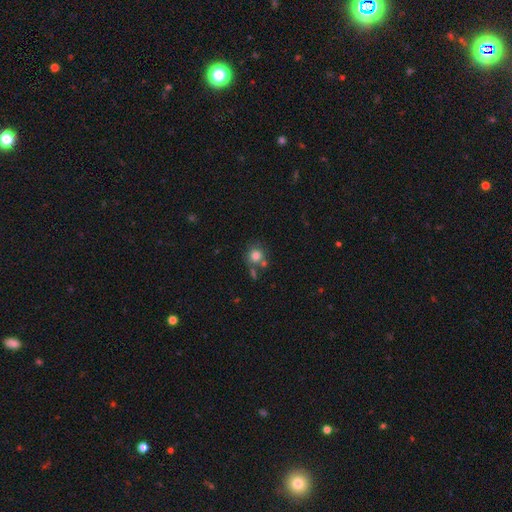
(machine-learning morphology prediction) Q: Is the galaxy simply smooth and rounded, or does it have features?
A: smooth — 81%.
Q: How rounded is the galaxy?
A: round — 87%.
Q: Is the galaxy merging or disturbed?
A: none — 64%.